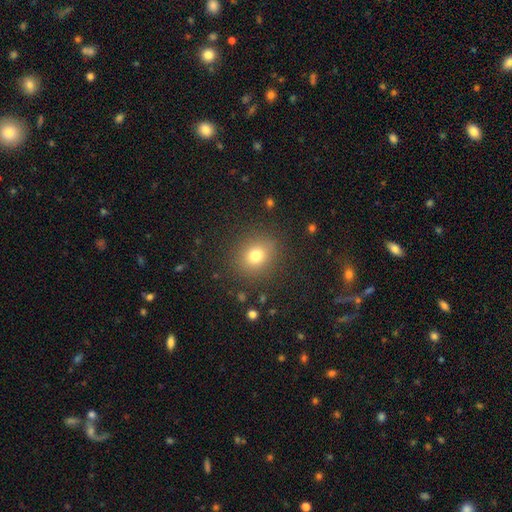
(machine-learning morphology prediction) smooth_or_featured: smooth (p=0.76) [alt: star or artifact p=0.14]
how_rounded: round (p=0.74) [alt: in between p=0.25]
merging: none (p=0.87) [alt: minor disturbance p=0.08]